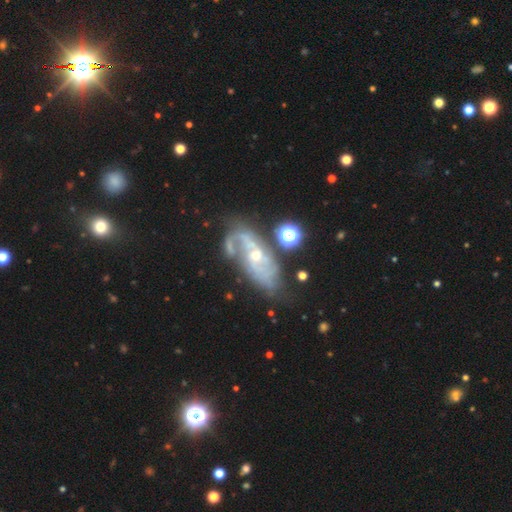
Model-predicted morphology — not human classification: smooth-or-featured: featured or disk: 81% | smooth: 11% | star or artifact: 9%
  disk-edge-on: no: 93% | yes: 7%
    bar: no: 60% | weak: 31% | strong: 9%
    has-spiral-arms: yes: 87% | no: 13%
      spiral-winding: medium: 41% | tight: 34% | loose: 25%
      spiral-arm-count: 2: 42% | can't tell: 32% | 3: 10% | 1: 8% | 4: 4% | more than 4: 3%
    bulge-size: small: 59% | moderate: 36% | none: 2% | large: 2% | dominant: 1%
  merging: none: 44% | minor disturbance: 22% | major disturbance: 21% | merger: 13%